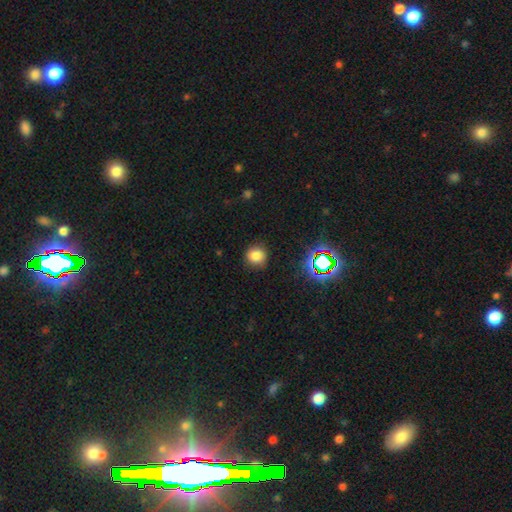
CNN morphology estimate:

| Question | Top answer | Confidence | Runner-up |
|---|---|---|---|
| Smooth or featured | smooth | 79% | star or artifact (15%) |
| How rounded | round | 88% | in between (11%) |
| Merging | none | 85% | minor disturbance (10%) |